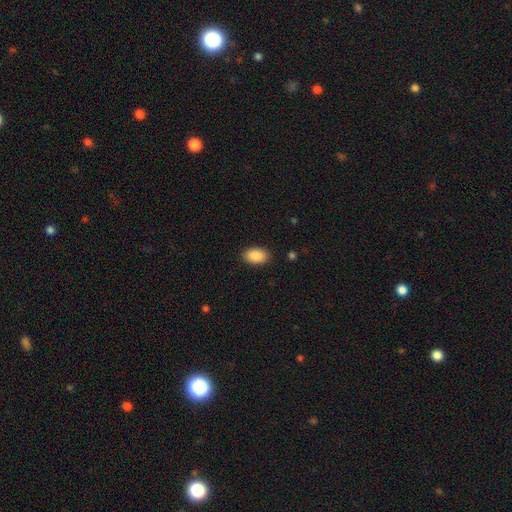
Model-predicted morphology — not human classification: This is clearly a smooth galaxy (90%). How rounded: clearly in between (92%). Merging: clearly none (89%).